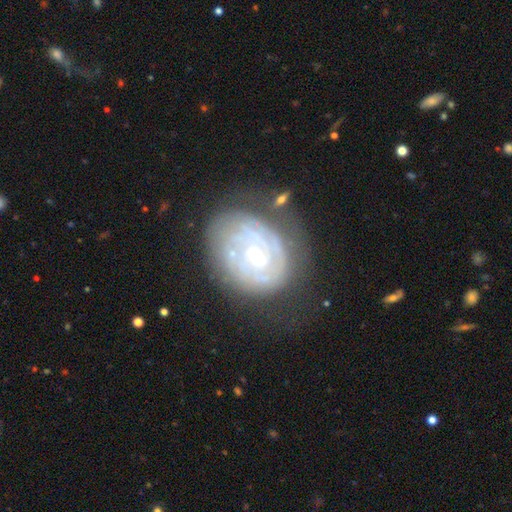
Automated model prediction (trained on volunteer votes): smooth_or_featured: featured or disk (p=0.80) [alt: smooth p=0.14]
disk_edge_on: no (p=0.97) [alt: yes p=0.03]
bar: no (p=0.55) [alt: weak p=0.36]
has_spiral_arms: yes (p=0.85) [alt: no p=0.15]
spiral_winding: tight (p=0.75) [alt: medium p=0.19]
spiral_arm_count: can't tell (p=0.48) [alt: 2 p=0.24]
bulge_size: small (p=0.70) [alt: moderate p=0.26]
merging: none (p=0.58) [alt: minor disturbance p=0.23]